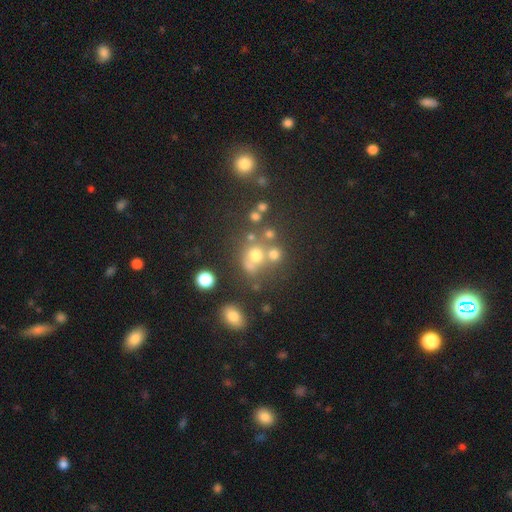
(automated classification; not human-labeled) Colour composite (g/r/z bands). It shows a smooth galaxy with no disk features (59%) that is round (78%). Merging: none (49%).